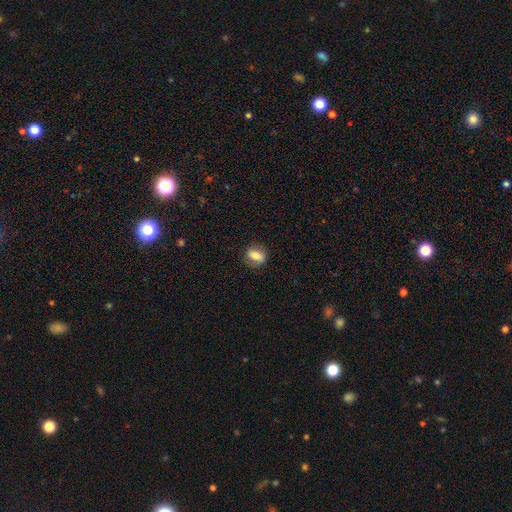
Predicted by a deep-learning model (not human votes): smooth-or-featured: smooth: 69% | featured or disk: 22% | star or artifact: 9%
  how-rounded: in between: 63% | round: 33% | cigar-shaped: 4%
  merging: none: 80% | minor disturbance: 14% | major disturbance: 5% | merger: 1%